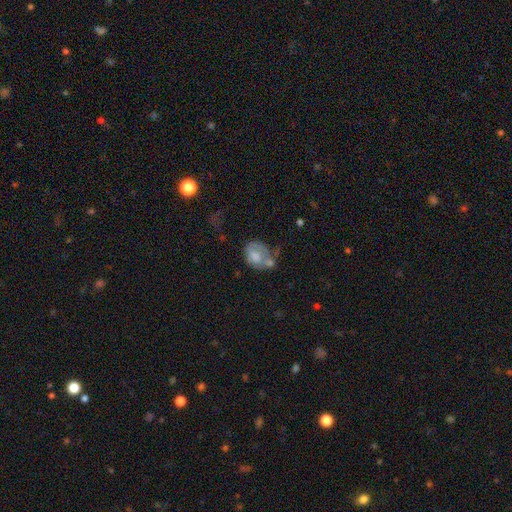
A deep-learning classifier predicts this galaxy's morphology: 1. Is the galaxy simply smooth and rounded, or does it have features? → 56% smooth, 35% featured or disk, 9% star or artifact.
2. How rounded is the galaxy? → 66% in between, 32% round, 1% cigar-shaped.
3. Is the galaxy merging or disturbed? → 27% merger, 26% major disturbance, 24% none, 23% minor disturbance.